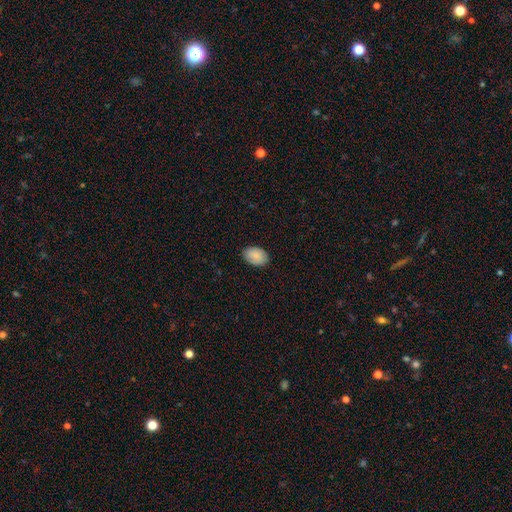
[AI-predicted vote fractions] smooth-or-featured: smooth: 88% | star or artifact: 6% | featured or disk: 5%
  how-rounded: in between: 86% | round: 13% | cigar-shaped: 1%
  merging: none: 87% | minor disturbance: 10% | major disturbance: 2% | merger: 1%